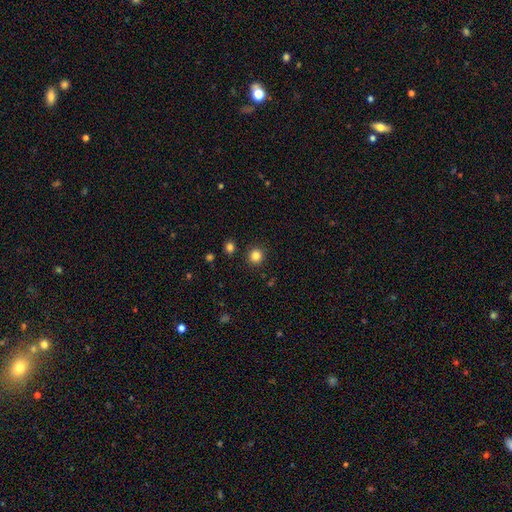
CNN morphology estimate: The model was most divided on "smooth or featured": smooth: 84%, star or artifact: 12%, featured or disk: 4%. More confident: how rounded — round (93%); merging — none (91%).